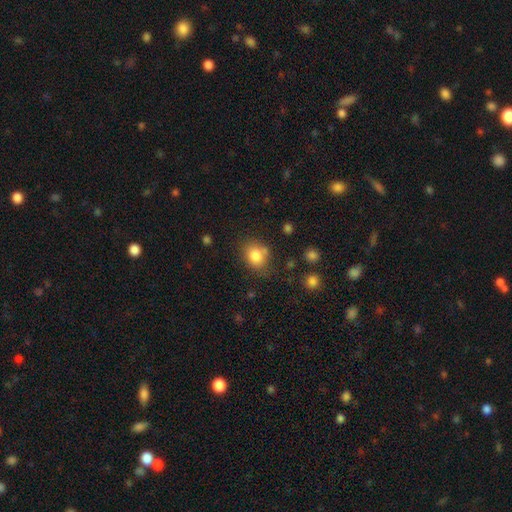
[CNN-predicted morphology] The model was most divided on "how rounded": in between: 50%, round: 49%, cigar-shaped: 1%. More confident: smooth or featured — smooth (83%); merging — none (66%).